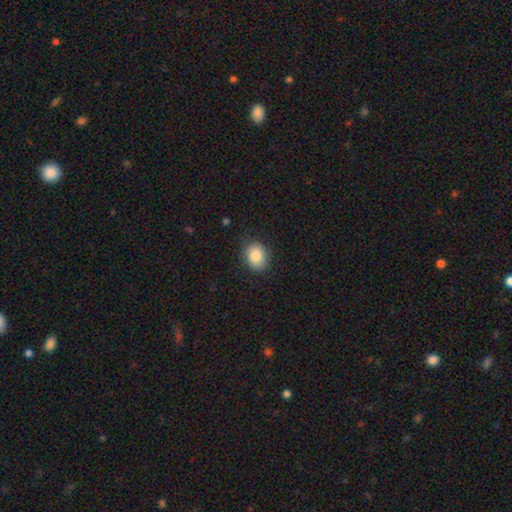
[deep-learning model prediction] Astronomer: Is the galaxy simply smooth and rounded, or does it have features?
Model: smooth — 85%.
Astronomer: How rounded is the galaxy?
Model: in between — 57% (runner-up: round, 42%).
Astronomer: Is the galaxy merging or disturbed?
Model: none — 81%.